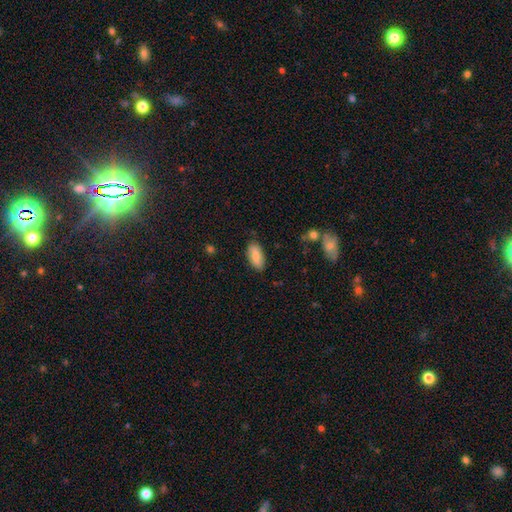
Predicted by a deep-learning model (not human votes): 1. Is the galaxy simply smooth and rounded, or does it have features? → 82% smooth, 11% featured or disk, 6% star or artifact.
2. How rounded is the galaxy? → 90% in between, 8% cigar-shaped, 2% round.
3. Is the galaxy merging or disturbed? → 83% none, 13% minor disturbance, 3% major disturbance, 1% merger.